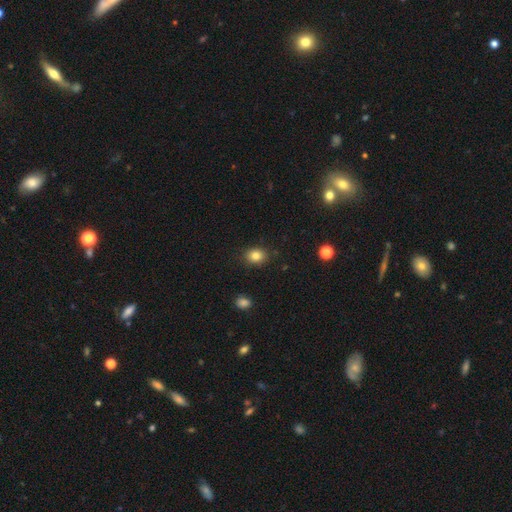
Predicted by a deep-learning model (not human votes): Q: Smooth or featured?
A: smooth (83%); runner-up: star or artifact (10%)
Q: How rounded?
A: round (51%); runner-up: in between (48%)
Q: Merging?
A: none (87%); runner-up: minor disturbance (9%)